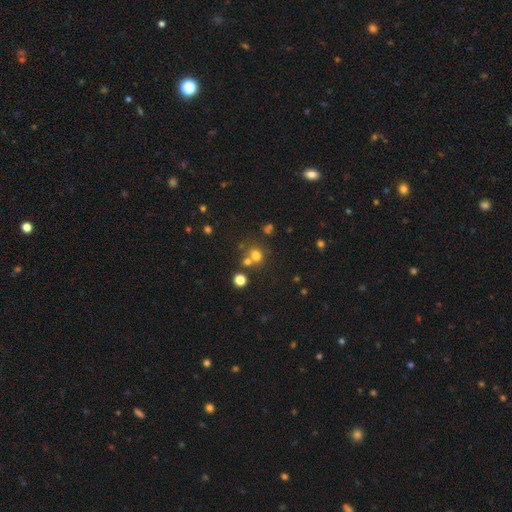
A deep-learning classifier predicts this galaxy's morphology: Smooth or featured?
  - smooth: 70% *
  - star or artifact: 21%
  - featured or disk: 10%
How rounded?
  - round: 84% *
  - in between: 15%
  - cigar-shaped: 1%
Merging?
  - none: 60% *
  - merger: 28%
  - minor disturbance: 8%
  - major disturbance: 4%